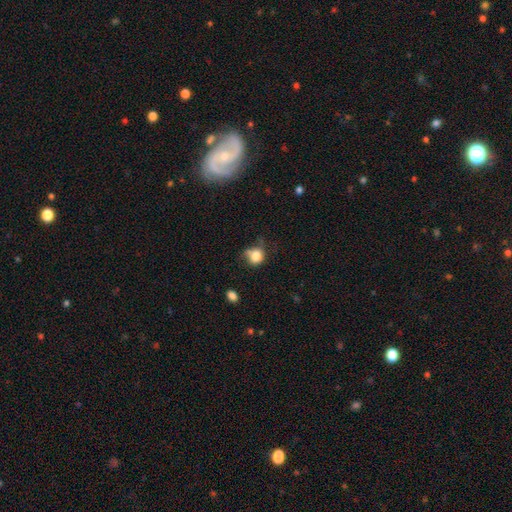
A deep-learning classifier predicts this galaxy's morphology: smooth-or-featured: smooth: 80% | star or artifact: 10% | featured or disk: 10%
  how-rounded: round: 69% | in between: 30% | cigar-shaped: 1%
  merging: none: 44% | minor disturbance: 33% | major disturbance: 15% | merger: 8%